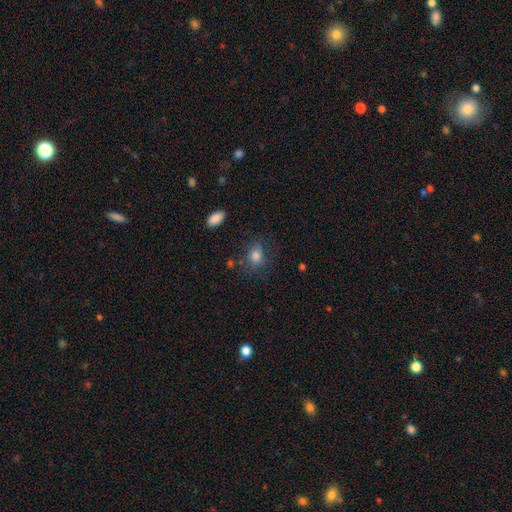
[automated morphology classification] type=smooth (78%); roundness=in between (54%); merging=none (67%).